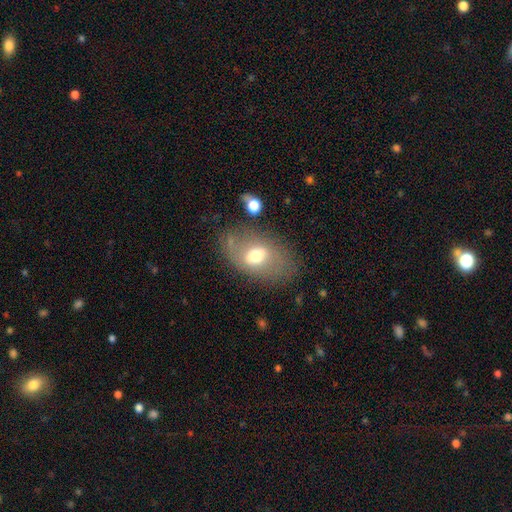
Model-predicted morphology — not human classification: type=smooth (56%); roundness=in between (86%); merging=none (66%).